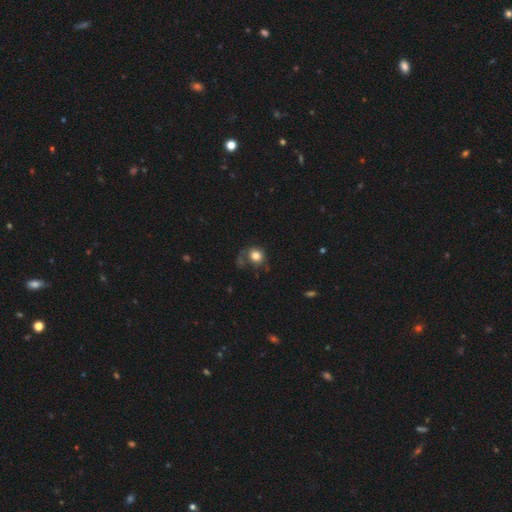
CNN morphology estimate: Q: Smooth or featured?
A: smooth (78%); runner-up: featured or disk (13%)
Q: How rounded?
A: round (76%); runner-up: in between (23%)
Q: Merging?
A: none (48%); runner-up: minor disturbance (23%)